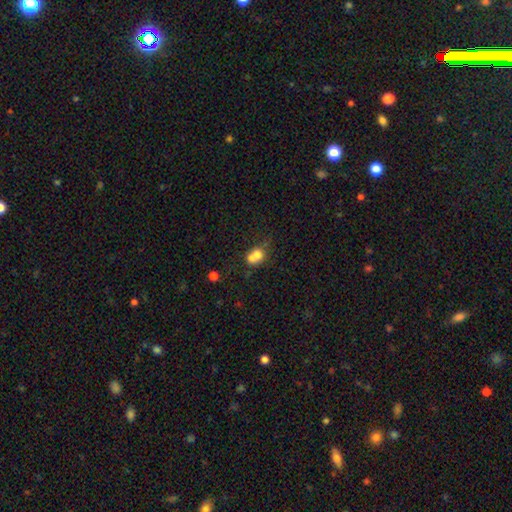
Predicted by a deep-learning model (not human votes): Smooth or featured? Predicted: smooth (p=0.69). How rounded? Predicted: round (p=0.63). Merging? Predicted: merger (p=0.62).